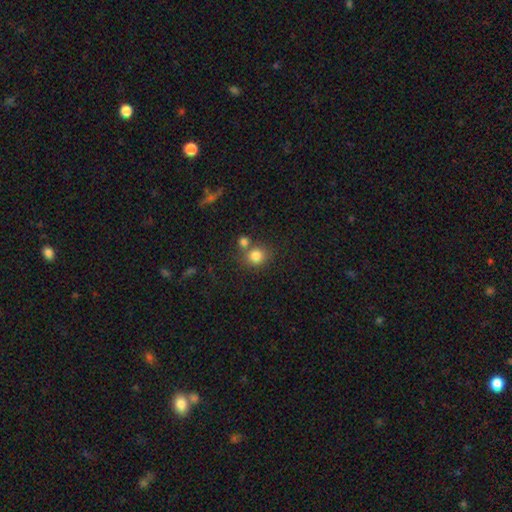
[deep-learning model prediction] Smooth or featured: smooth — 81% (star or artifact — 12%)
How rounded: round — 81% (in between — 18%)
Merging: none — 58% (merger — 28%)